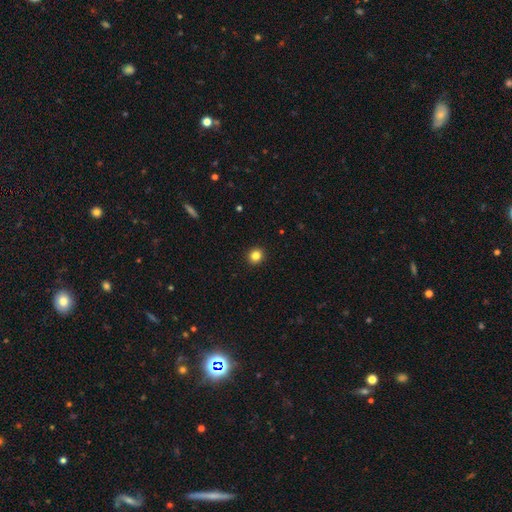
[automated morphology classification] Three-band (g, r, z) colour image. It shows a smooth galaxy with no disk features (83%) that is round (89%). Merging: none (93%).